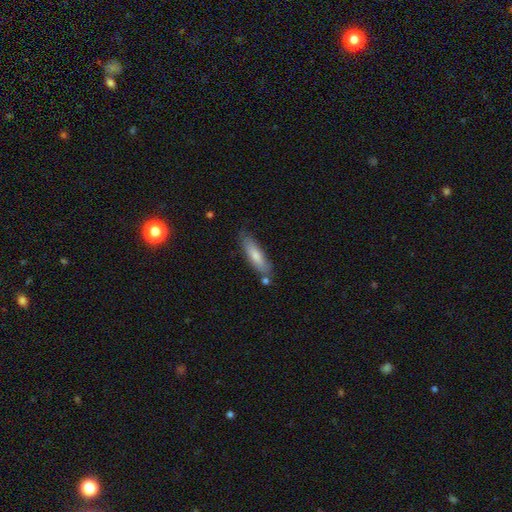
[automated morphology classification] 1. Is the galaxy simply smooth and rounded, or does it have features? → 76% smooth, 19% featured or disk, 6% star or artifact.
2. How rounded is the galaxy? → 64% cigar-shaped, 34% in between, 2% round.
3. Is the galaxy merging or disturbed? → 74% none, 16% minor disturbance, 7% merger, 3% major disturbance.